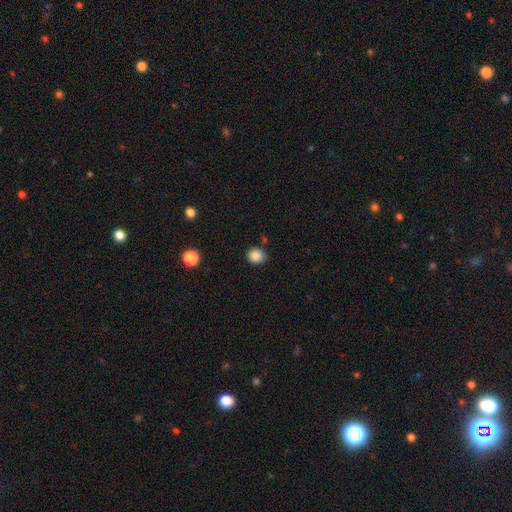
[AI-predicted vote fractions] Smooth or featured? Predicted: smooth (p=0.87). How rounded? Predicted: round (p=0.79). Merging? Predicted: none (p=0.85).